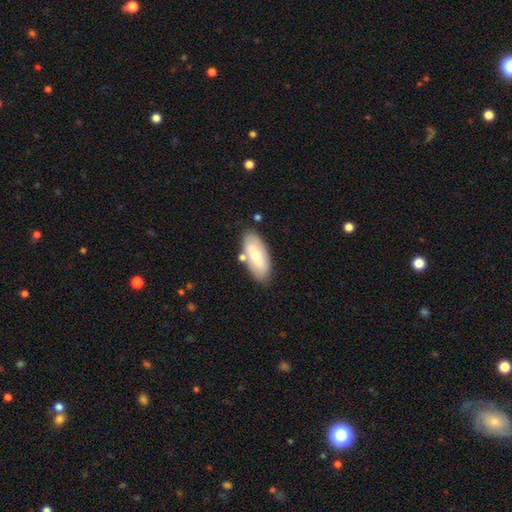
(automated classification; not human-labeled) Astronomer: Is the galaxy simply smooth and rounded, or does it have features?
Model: smooth — 57% (runner-up: featured or disk, 37%).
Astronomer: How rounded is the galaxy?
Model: in between — 85%.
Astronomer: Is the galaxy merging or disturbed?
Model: none — 75%.